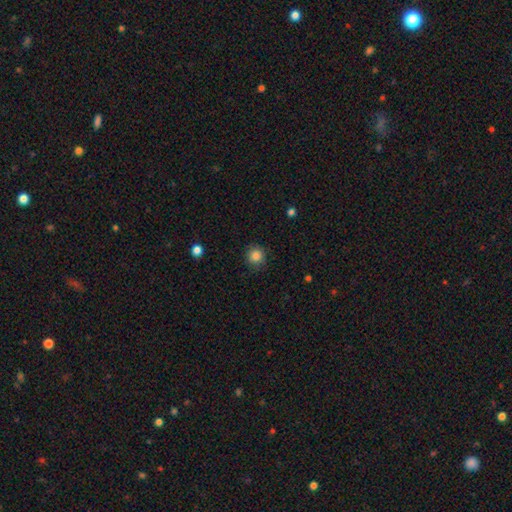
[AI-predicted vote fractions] The model was most divided on "smooth or featured": smooth: 85%, star or artifact: 11%, featured or disk: 4%. More confident: how rounded — round (93%); merging — none (86%).